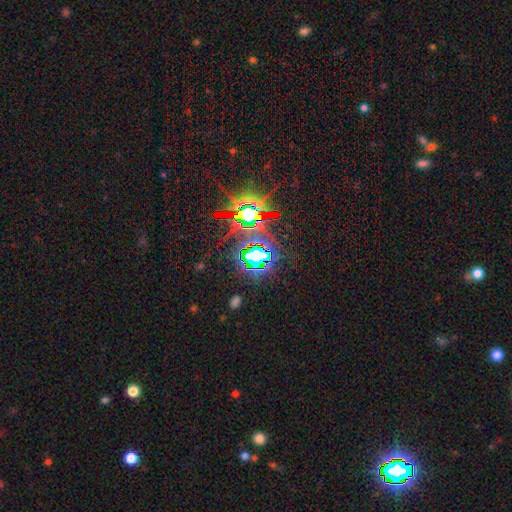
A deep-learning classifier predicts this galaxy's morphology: This appears to be a star or artifact, not a galaxy (76%).